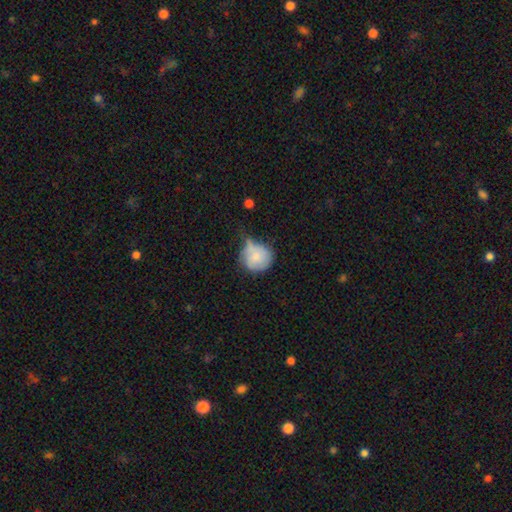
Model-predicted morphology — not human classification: A smooth galaxy with no disk features (70%) that is round (85%). Merging: minor disturbance (42%).